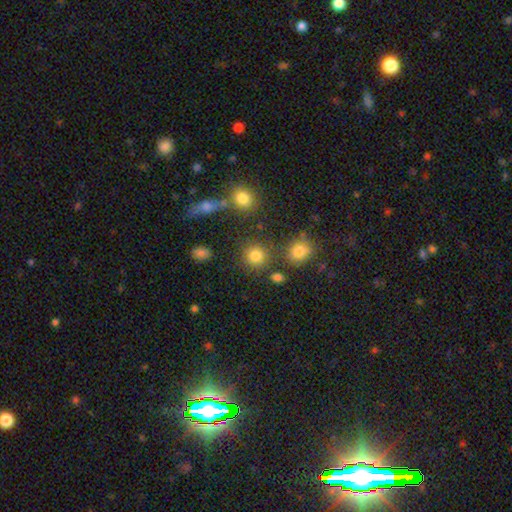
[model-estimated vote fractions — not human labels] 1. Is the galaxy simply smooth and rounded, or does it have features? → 79% smooth, 15% star or artifact, 6% featured or disk.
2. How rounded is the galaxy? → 90% round, 9% in between, 1% cigar-shaped.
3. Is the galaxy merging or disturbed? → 80% none, 8% minor disturbance, 8% merger, 4% major disturbance.